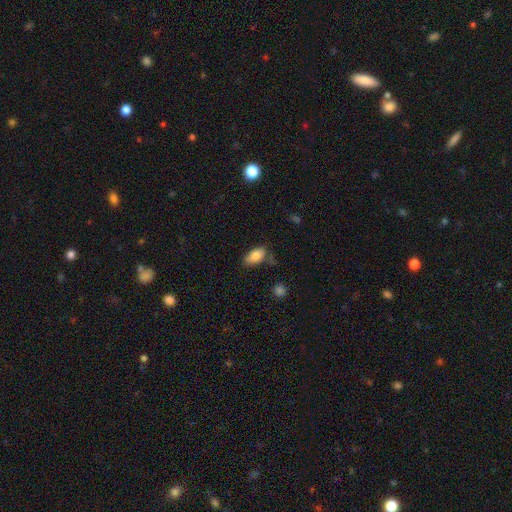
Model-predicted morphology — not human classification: type=smooth (82%); roundness=in between (92%); merging=none (66%).